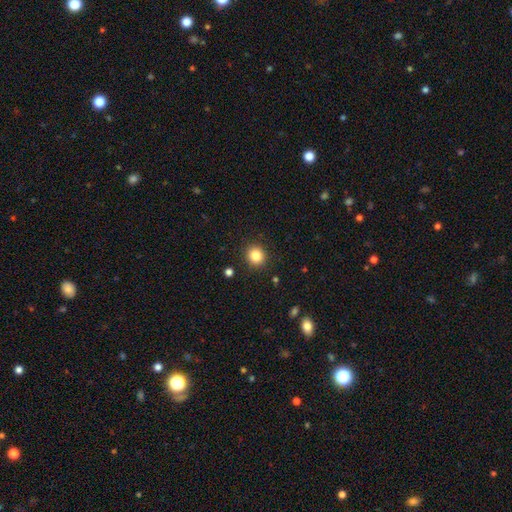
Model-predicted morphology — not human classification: Smooth or featured? smooth (84%)
How rounded? round (88%)
Merging? none (91%)